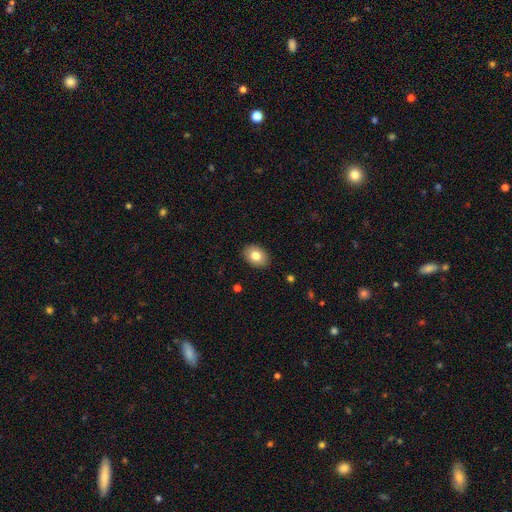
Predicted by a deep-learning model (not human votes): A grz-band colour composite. It shows a smooth galaxy with no disk features (80%) that is in between round and cigar-shaped (73%). Merging: none (89%).